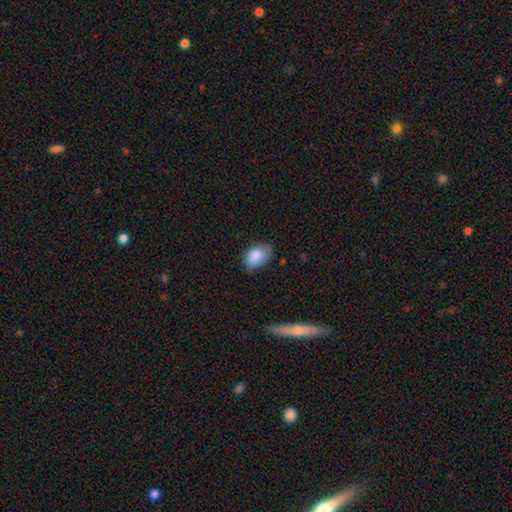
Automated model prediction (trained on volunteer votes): smooth-or-featured: smooth: 84% | featured or disk: 9% | star or artifact: 7%
  how-rounded: in between: 86% | round: 13% | cigar-shaped: 1%
  merging: none: 68% | minor disturbance: 26% | major disturbance: 5% | merger: 1%